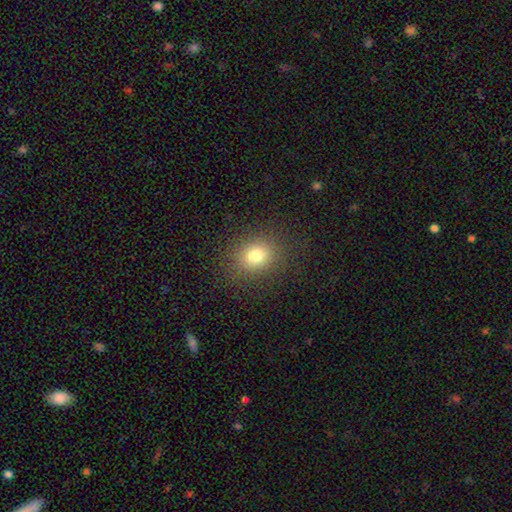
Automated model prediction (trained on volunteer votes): Morphology: type=smooth (77%); roundness=round (62%); merging=none (86%).